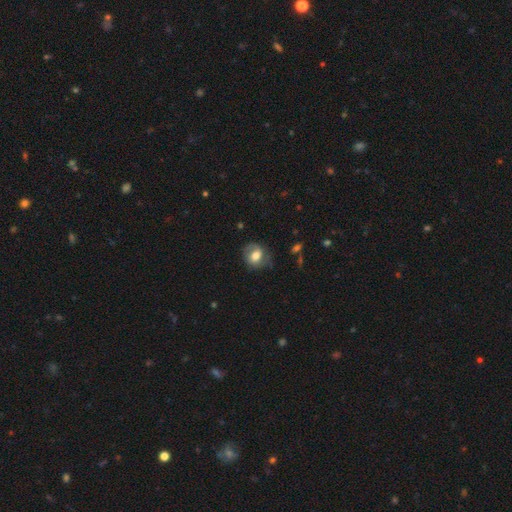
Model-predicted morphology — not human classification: This appears to be a smooth galaxy with no disk features (62%) that is round (56%). Merging: none (66%).